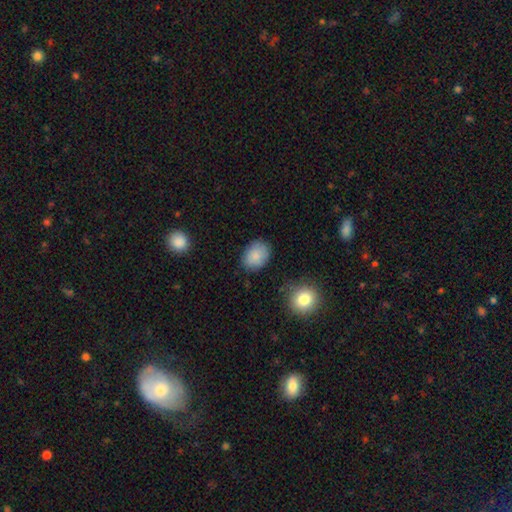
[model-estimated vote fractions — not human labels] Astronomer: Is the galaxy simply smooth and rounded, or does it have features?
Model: smooth — 86%.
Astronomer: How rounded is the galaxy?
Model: in between — 66%.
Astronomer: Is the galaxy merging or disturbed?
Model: none — 81%.